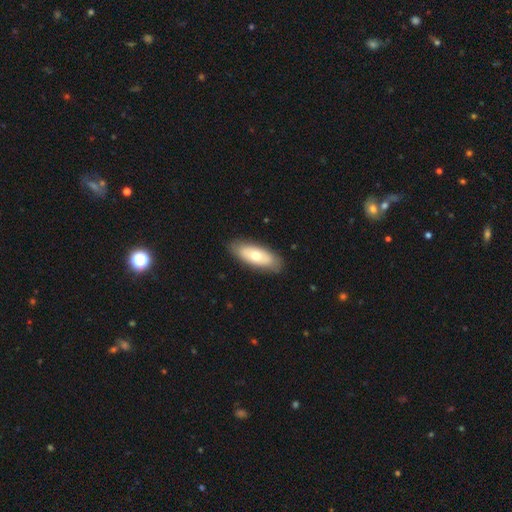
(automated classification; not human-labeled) This is likely a smooth galaxy (62%). How rounded: likely in between (77%). Merging: clearly none (86%).